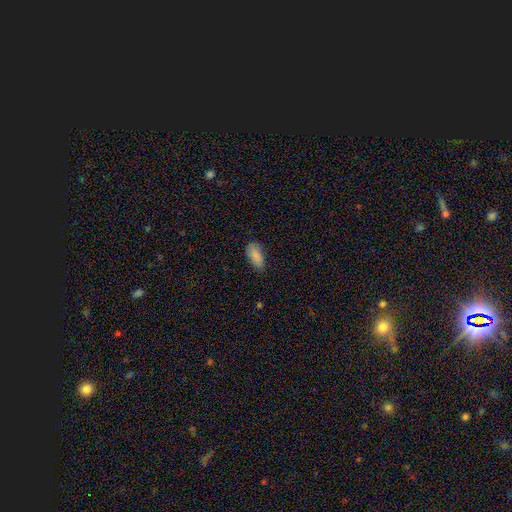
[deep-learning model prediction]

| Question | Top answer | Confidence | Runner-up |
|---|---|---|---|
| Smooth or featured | smooth | 88% | star or artifact (7%) |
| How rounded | in between | 89% | cigar-shaped (9%) |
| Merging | none | 79% | minor disturbance (17%) |